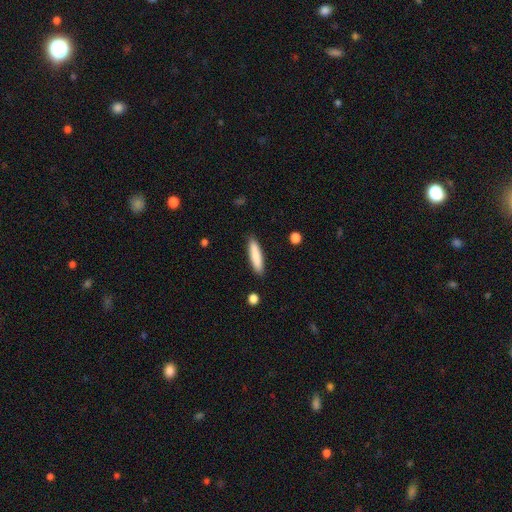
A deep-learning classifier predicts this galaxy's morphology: Q: Smooth or featured?
A: smooth (85%); runner-up: featured or disk (10%)
Q: How rounded?
A: cigar-shaped (80%); runner-up: in between (19%)
Q: Merging?
A: none (89%); runner-up: minor disturbance (8%)